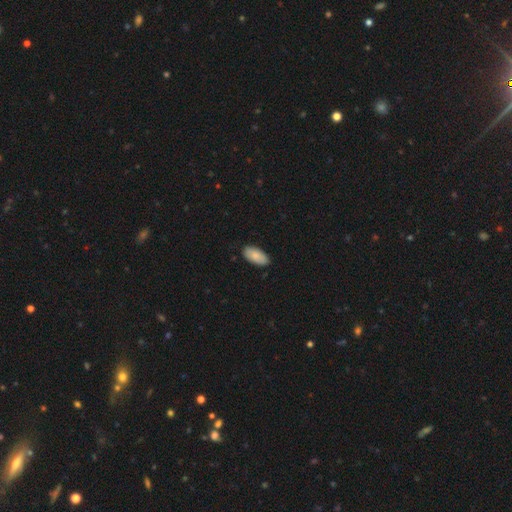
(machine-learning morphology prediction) Smooth or featured? smooth (84%)
How rounded? in between (95%)
Merging? none (86%)